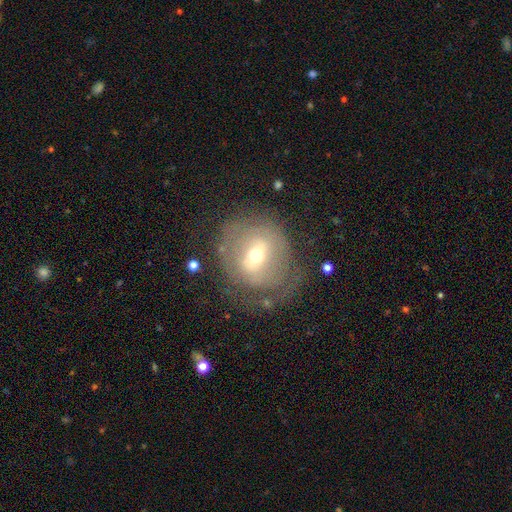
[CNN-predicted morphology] Overall: featured or disk (60%; smooth 30%). Edge-on disk: no (94%). Bar: weak (42%; no 30%). Spiral arms: no (54%; yes 46%). Bulge size: moderate (53%; small 41%). Merging: none (59%; minor disturbance 21%).